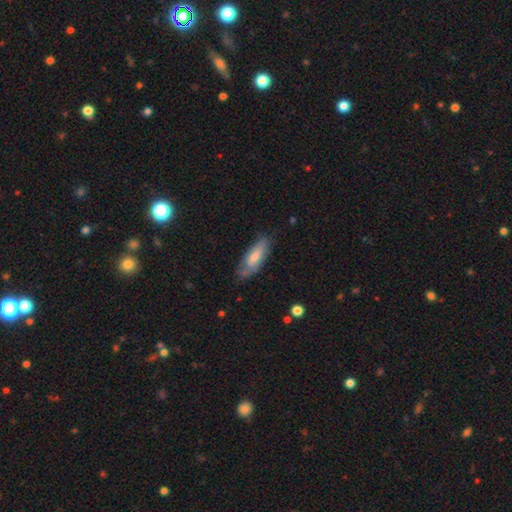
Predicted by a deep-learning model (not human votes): A smooth galaxy with no disk features (53%) that is in between round and cigar-shaped (61%).

Vote fractions:
- Smooth or featured? smooth: 53% / featured or disk: 38% / star or artifact: 9%
- How rounded? in between: 61% / cigar-shaped: 37% / round: 2%
- Merging? none: 73% / minor disturbance: 21% / major disturbance: 5% / merger: 2%